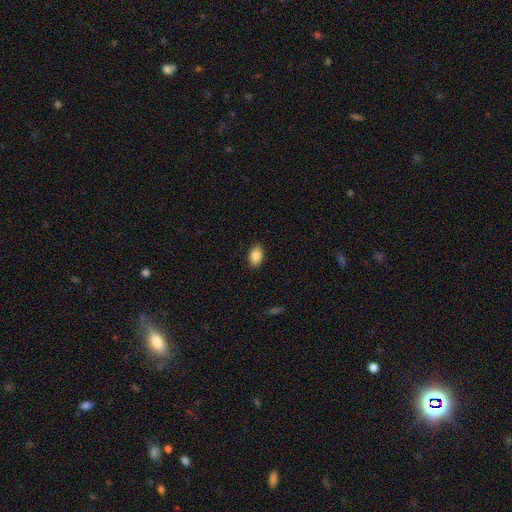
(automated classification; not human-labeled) smooth 87%, star or artifact 8%, featured or disk 5%. Down the decision tree: how rounded — in between (88%); merging — none (89%).